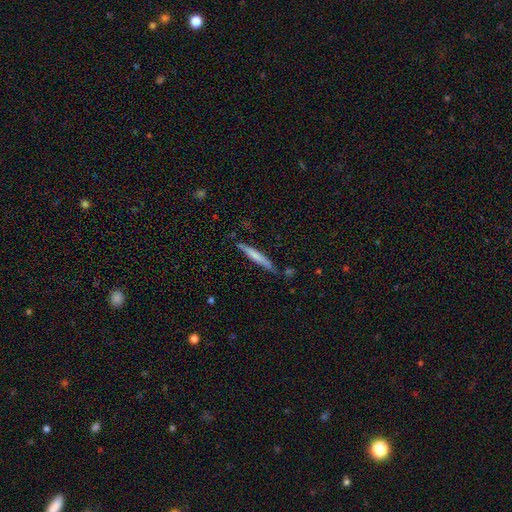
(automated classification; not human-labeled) Smooth or featured? Predicted: smooth (p=0.60). How rounded? Predicted: cigar-shaped (p=0.96). Merging? Predicted: none (p=0.80).